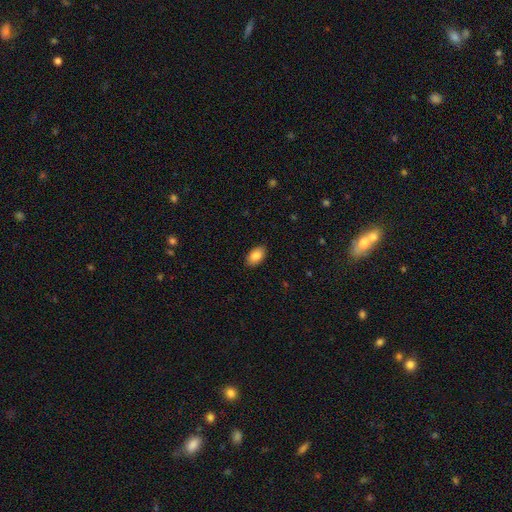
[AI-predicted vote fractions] This appears to be a smooth galaxy with no disk features (85%) that is in between round and cigar-shaped (93%). Merging: none (88%).